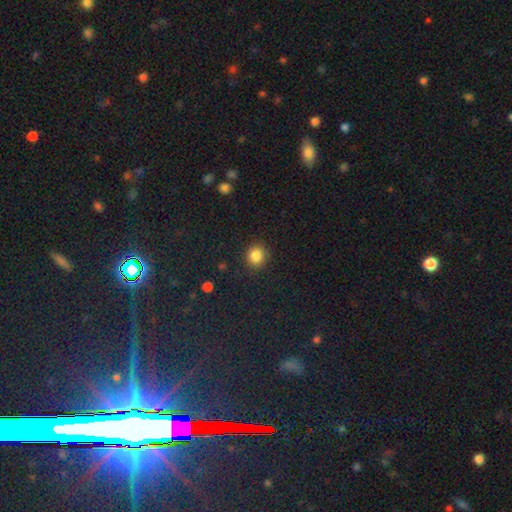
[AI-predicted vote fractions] Overall: smooth (85%). How rounded: round (82%). Merging: none (87%).